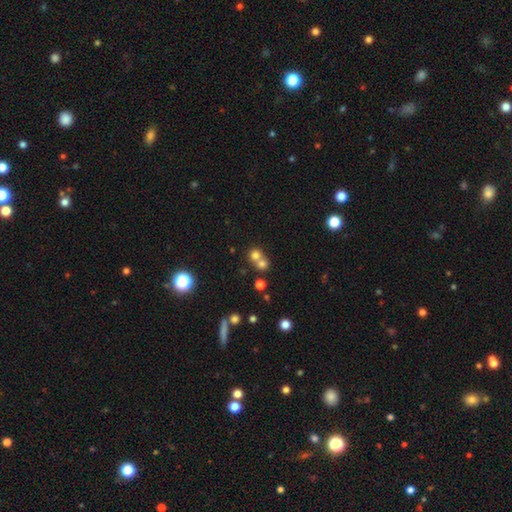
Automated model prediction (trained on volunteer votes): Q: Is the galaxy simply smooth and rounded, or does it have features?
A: smooth — 71%.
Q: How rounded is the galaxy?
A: round — 86%.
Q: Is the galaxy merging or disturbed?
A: merger — 53%.